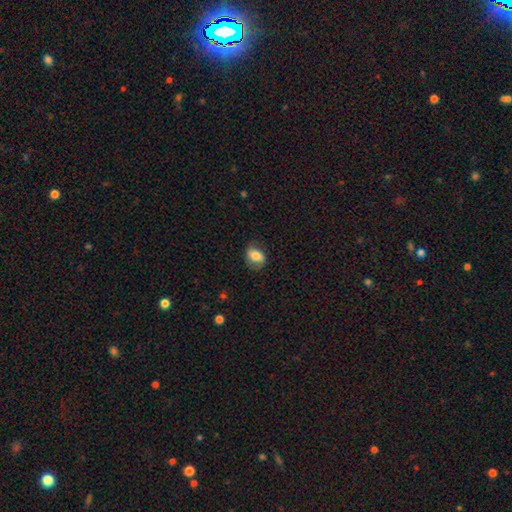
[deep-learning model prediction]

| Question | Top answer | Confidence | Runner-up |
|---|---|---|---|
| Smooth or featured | smooth | 68% | featured or disk (24%) |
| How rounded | in between | 75% | round (23%) |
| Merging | none | 74% | minor disturbance (19%) |